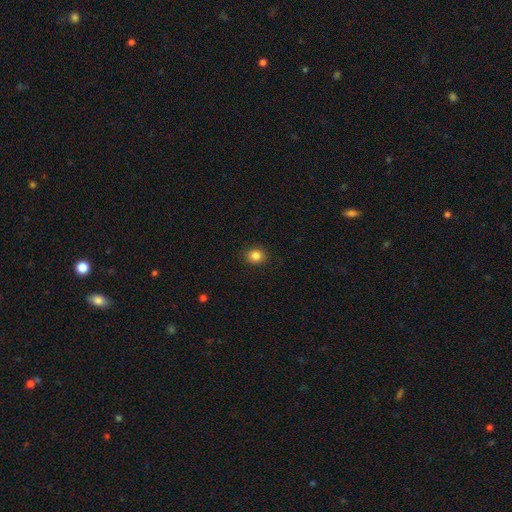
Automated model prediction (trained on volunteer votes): Smooth or featured?
  - smooth: 84% *
  - star or artifact: 11%
  - featured or disk: 5%
How rounded?
  - round: 75% *
  - in between: 24%
  - cigar-shaped: 1%
Merging?
  - none: 89% *
  - minor disturbance: 8%
  - major disturbance: 2%
  - merger: 1%